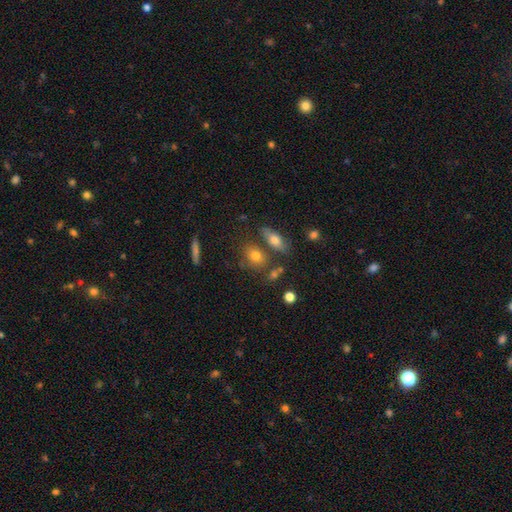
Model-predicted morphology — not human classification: Smooth or featured? Predicted: smooth (p=0.74). How rounded? Predicted: in between (p=0.63). Merging? Predicted: none (p=0.63).